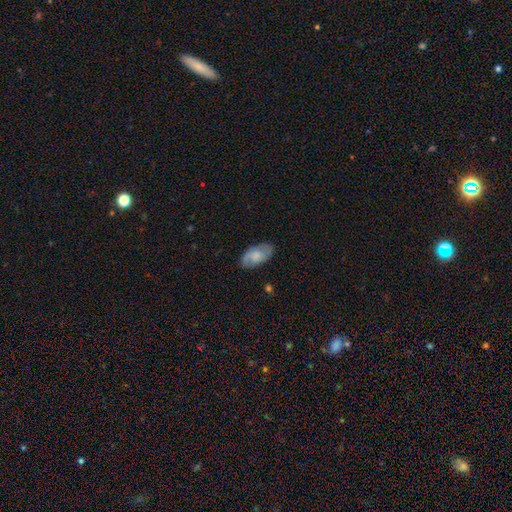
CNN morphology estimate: Smooth or featured? smooth (50%)
Merging? none (80%)